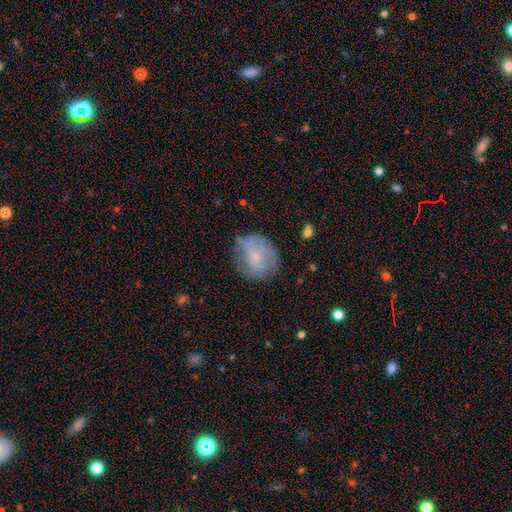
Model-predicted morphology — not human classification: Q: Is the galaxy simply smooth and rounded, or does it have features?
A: featured or disk — 49%.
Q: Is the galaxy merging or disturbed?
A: none — 61%.